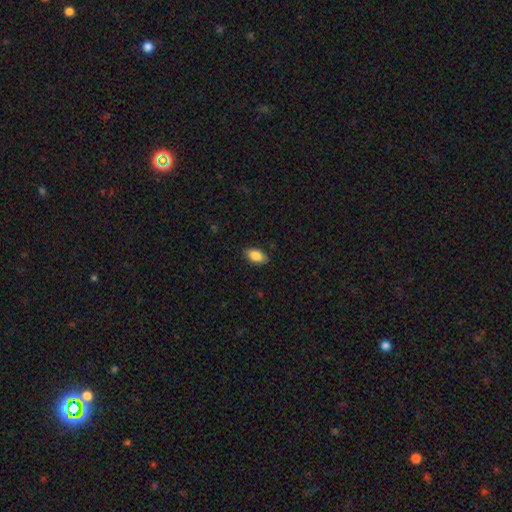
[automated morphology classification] Smooth or featured: smooth — 86% (star or artifact — 7%)
How rounded: in between — 92% (round — 4%)
Merging: none — 88% (minor disturbance — 9%)